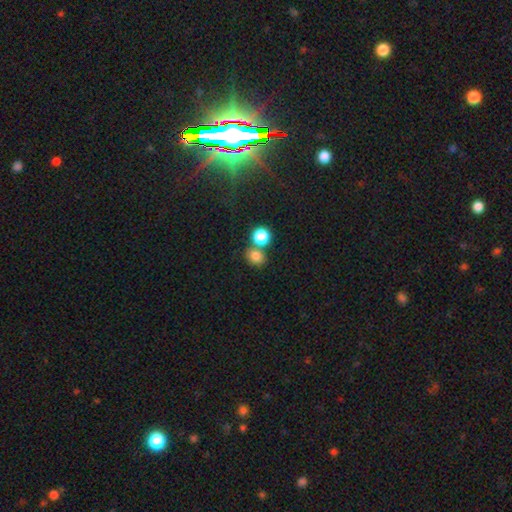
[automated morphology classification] Q: Smooth or featured?
A: smooth (80%); runner-up: star or artifact (13%)
Q: How rounded?
A: round (72%); runner-up: in between (27%)
Q: Merging?
A: none (60%); runner-up: merger (29%)